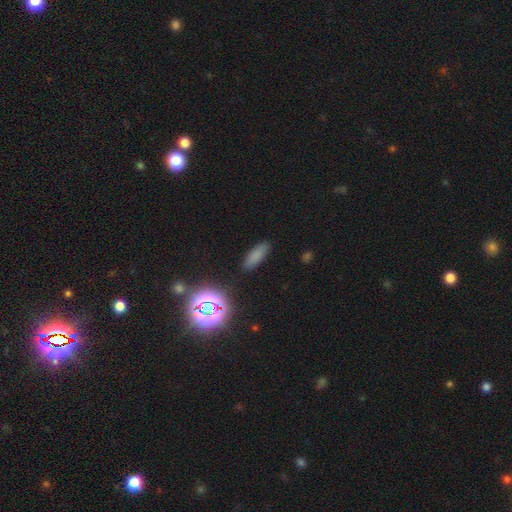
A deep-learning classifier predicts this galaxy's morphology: Smooth or featured? smooth (75%)
How rounded? in between (60%)
Merging? none (86%)